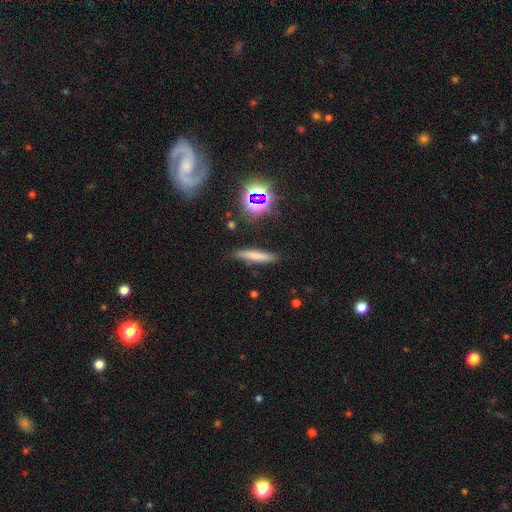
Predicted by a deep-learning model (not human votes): Smooth or featured?
  - smooth: 71% *
  - featured or disk: 16%
  - star or artifact: 13%
How rounded?
  - cigar-shaped: 86% *
  - in between: 12%
  - round: 2%
Merging?
  - none: 83% *
  - minor disturbance: 12%
  - major disturbance: 3%
  - merger: 3%